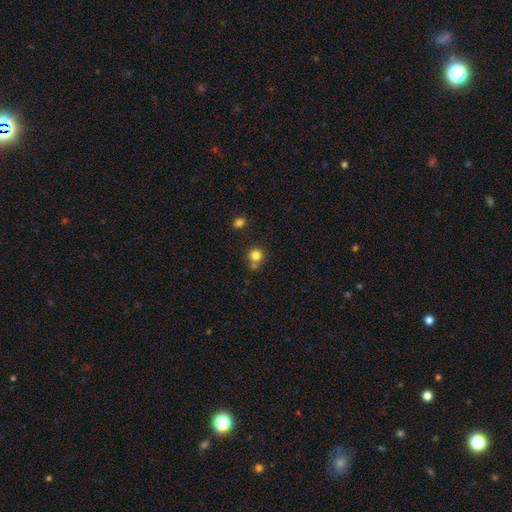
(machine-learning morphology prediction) smooth-or-featured: smooth: 81% | star or artifact: 12% | featured or disk: 6%
  how-rounded: round: 91% | in between: 8% | cigar-shaped: 1%
  merging: none: 66% | merger: 20% | minor disturbance: 11% | major disturbance: 4%